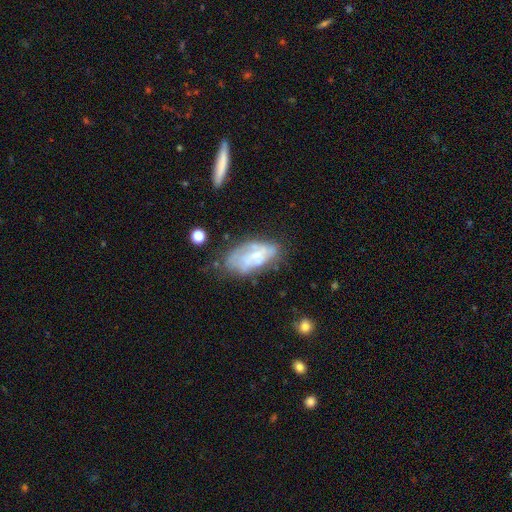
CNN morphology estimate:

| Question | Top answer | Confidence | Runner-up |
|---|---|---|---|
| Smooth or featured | featured or disk | 58% | smooth (34%) |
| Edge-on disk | no | 90% | yes (10%) |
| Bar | no | 70% | weak (24%) |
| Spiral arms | yes | 58% | no (42%) |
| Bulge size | small | 61% | moderate (29%) |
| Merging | none | 52% | minor disturbance (29%) |